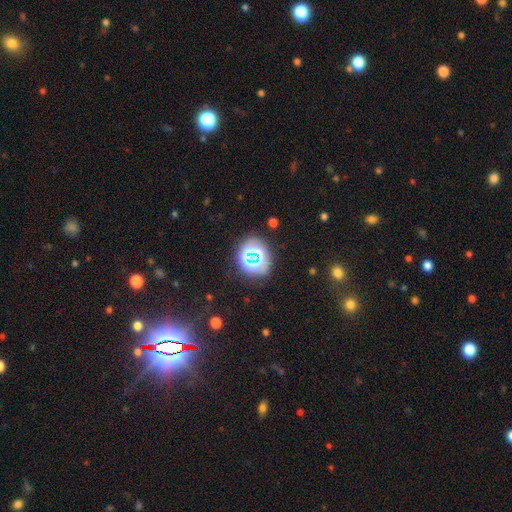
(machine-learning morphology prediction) type=star or artifact (58%).